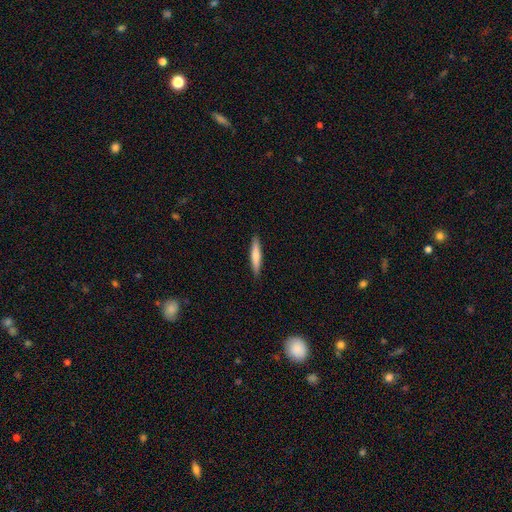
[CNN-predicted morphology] A smooth galaxy with no disk features (70%) that is cigar-shaped (91%). Merging: none (91%).